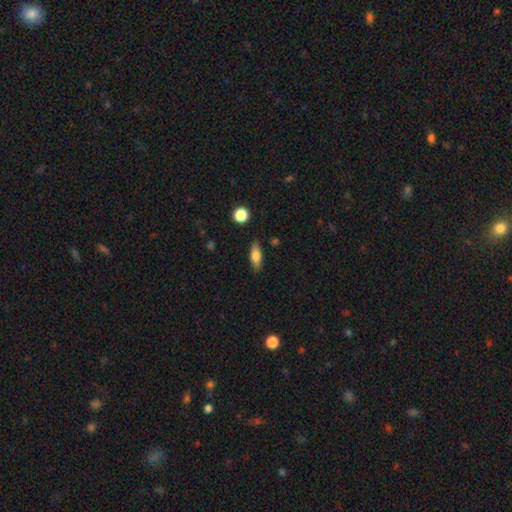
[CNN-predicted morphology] The model was most divided on "how rounded": in between: 70%, cigar-shaped: 26%, round: 4%. More confident: merging — none (84%); smooth or featured — smooth (74%).